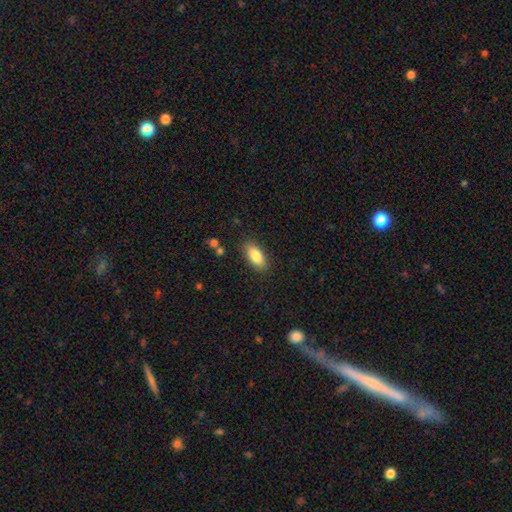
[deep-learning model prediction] This appears to be a smooth galaxy with no disk features (85%) that is in between round and cigar-shaped (88%). Merging: none (85%).